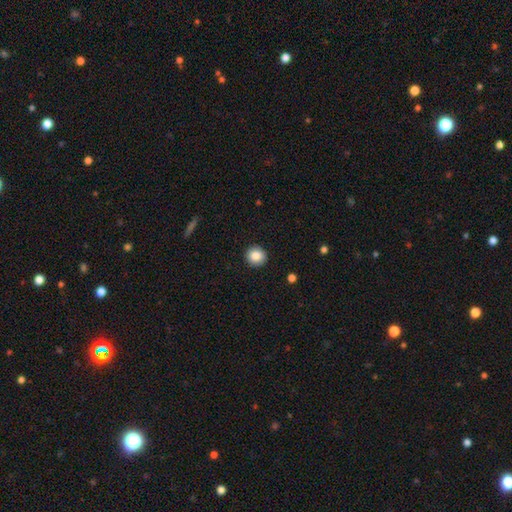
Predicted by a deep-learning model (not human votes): Smooth or featured? smooth (86%)
How rounded? round (92%)
Merging? none (93%)